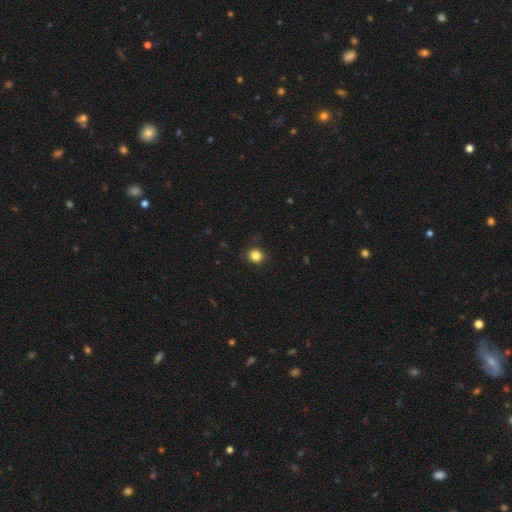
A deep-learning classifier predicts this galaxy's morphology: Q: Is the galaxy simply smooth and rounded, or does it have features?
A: smooth — 84%.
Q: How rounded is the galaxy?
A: round — 83%.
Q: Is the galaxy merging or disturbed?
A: none — 89%.